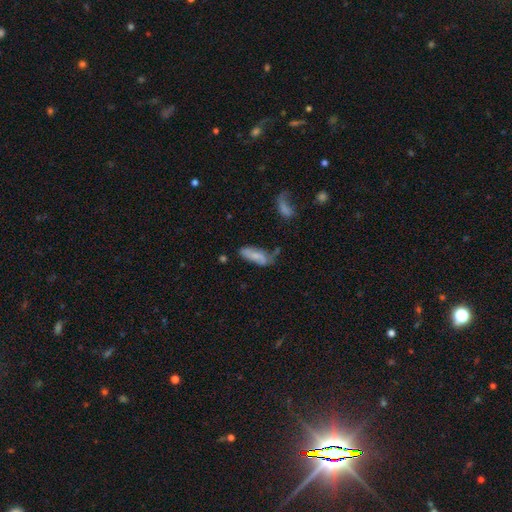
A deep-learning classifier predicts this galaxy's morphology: A smooth galaxy with no disk features (65%) that is in between round and cigar-shaped (73%). Merging: none (49%).